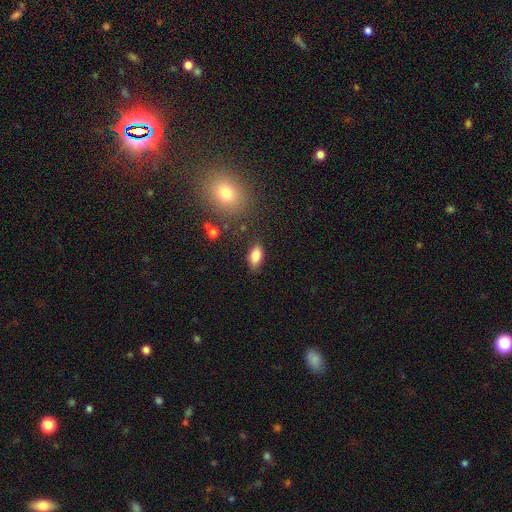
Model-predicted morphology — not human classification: Smooth or featured?
  - smooth: 85% *
  - star or artifact: 8%
  - featured or disk: 7%
How rounded?
  - in between: 89% *
  - cigar-shaped: 6%
  - round: 5%
Merging?
  - none: 81% *
  - minor disturbance: 13%
  - major disturbance: 3%
  - merger: 3%